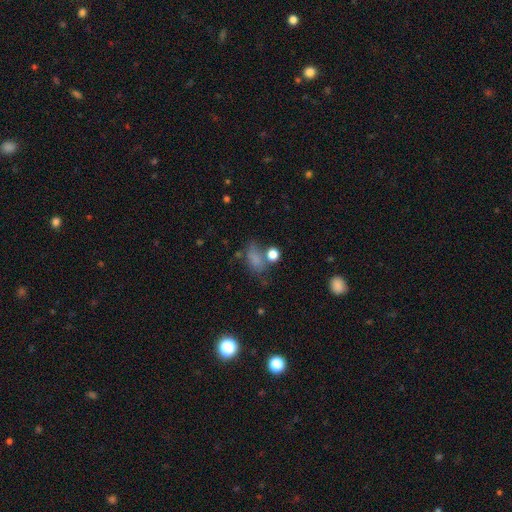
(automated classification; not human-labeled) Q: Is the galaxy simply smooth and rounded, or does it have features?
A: smooth — 61%.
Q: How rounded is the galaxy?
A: in between — 69%.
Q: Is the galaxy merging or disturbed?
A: none — 43%.